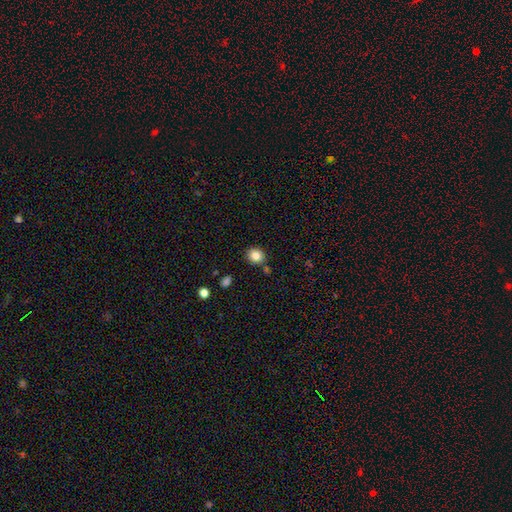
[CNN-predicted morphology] This is clearly a smooth galaxy (85%). How rounded: likely round (74%). Merging: clearly none (83%).